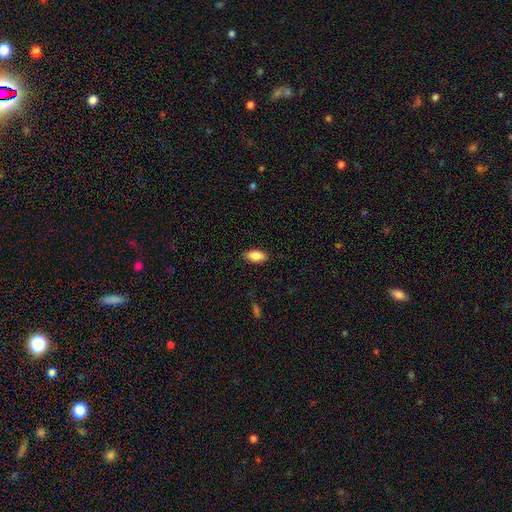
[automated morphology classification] Smooth or featured?
  - smooth: 84% *
  - featured or disk: 9%
  - star or artifact: 7%
How rounded?
  - in between: 88% *
  - cigar-shaped: 9%
  - round: 3%
Merging?
  - none: 86% *
  - minor disturbance: 10%
  - major disturbance: 2%
  - merger: 1%